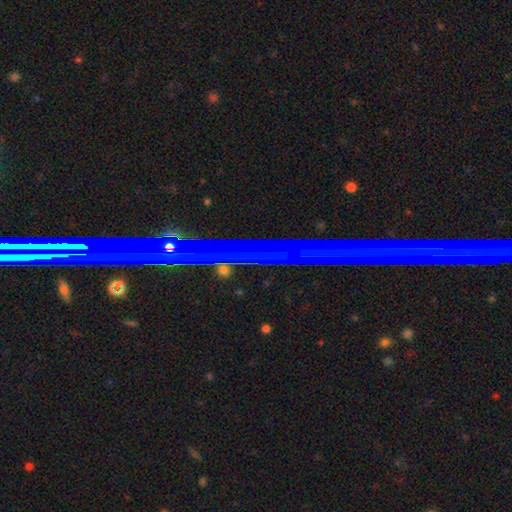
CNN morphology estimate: The model was most divided on "smooth or featured": star or artifact: 68%, featured or disk: 21%, smooth: 11%.